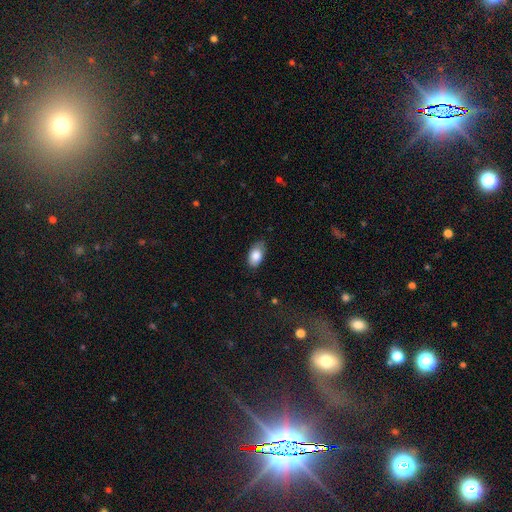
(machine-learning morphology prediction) smooth 84%, featured or disk 9%, star or artifact 7%. Down the decision tree: how rounded — in between (92%); merging — none (69%).